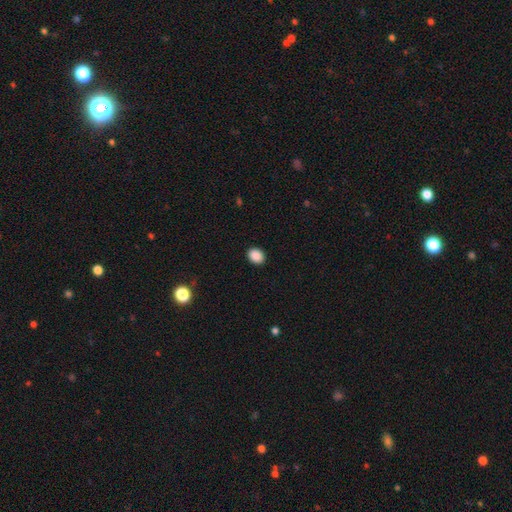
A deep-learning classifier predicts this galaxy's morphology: This is clearly a smooth galaxy (89%). How rounded: possibly in between (55%). Merging: clearly none (91%).